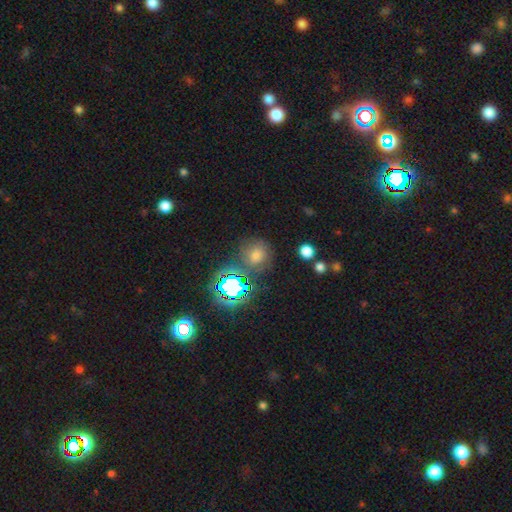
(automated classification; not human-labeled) Smooth or featured? Predicted: smooth (p=0.56). How rounded? Predicted: round (p=0.86). Merging? Predicted: none (p=0.75).